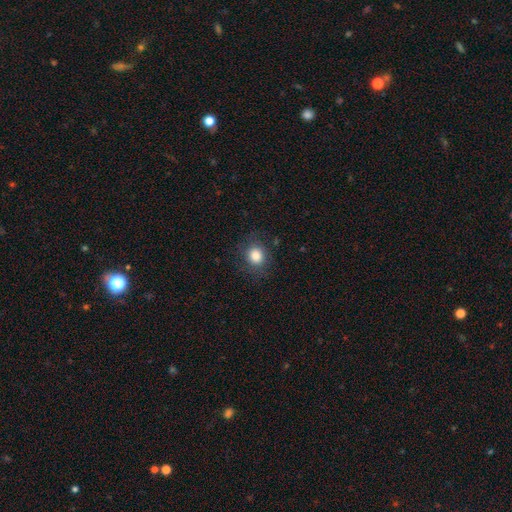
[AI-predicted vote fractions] Overall: smooth (84%). How rounded: round (75%). Merging: none (83%).